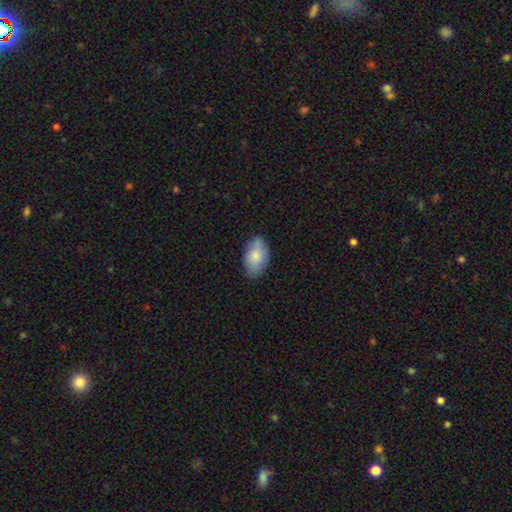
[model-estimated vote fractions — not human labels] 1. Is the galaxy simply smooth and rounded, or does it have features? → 81% smooth, 13% featured or disk, 7% star or artifact.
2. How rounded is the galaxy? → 92% in between, 6% round, 2% cigar-shaped.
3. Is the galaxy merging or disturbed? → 70% none, 24% minor disturbance, 4% major disturbance, 2% merger.